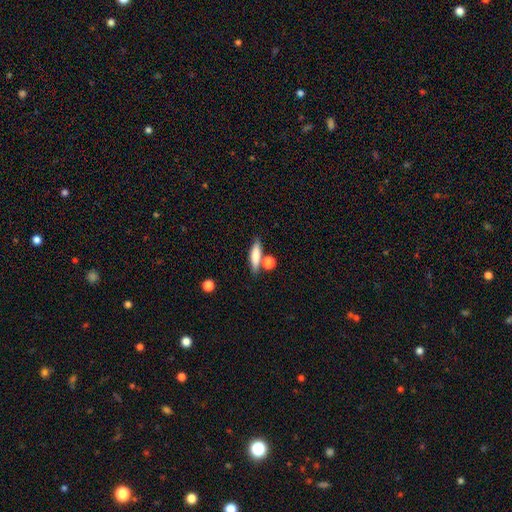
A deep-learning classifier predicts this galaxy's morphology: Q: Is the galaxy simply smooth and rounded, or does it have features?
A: smooth — 72%.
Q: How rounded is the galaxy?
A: cigar-shaped — 58%.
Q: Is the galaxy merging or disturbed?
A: none — 66%.